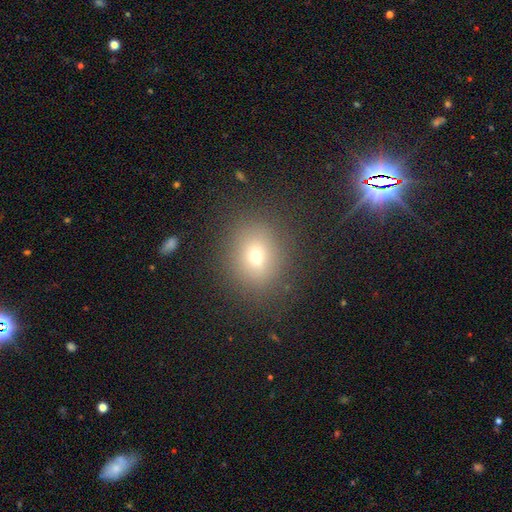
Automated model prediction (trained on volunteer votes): Morphology: type=smooth (65%); roundness=round (62%); merging=none (84%).